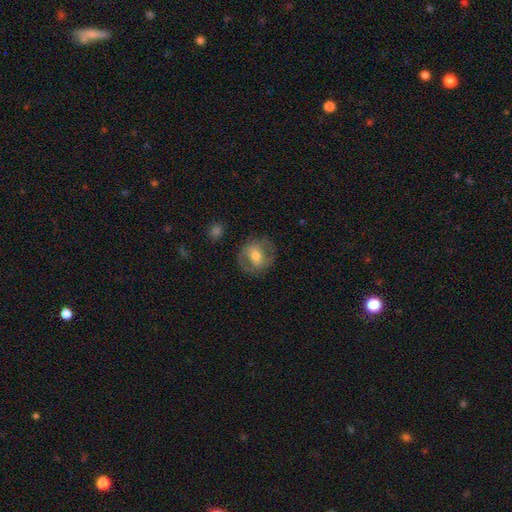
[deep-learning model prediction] This is possibly a featured or disk galaxy (51%). It is clearly not viewed edge-on (94%). Merging: likely none (79%).